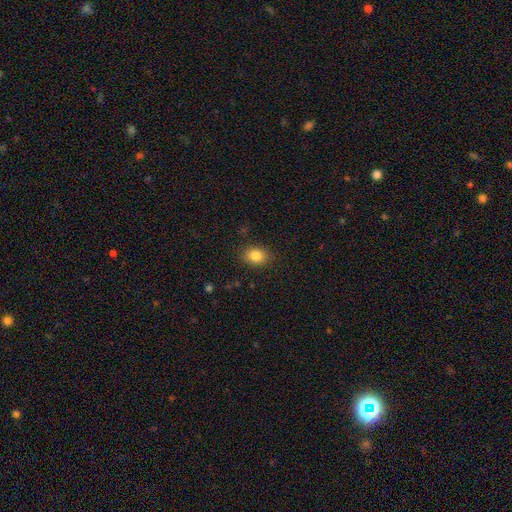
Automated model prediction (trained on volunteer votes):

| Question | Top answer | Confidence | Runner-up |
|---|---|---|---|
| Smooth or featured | smooth | 85% | star or artifact (10%) |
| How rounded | in between | 64% | round (35%) |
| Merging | none | 86% | minor disturbance (10%) |